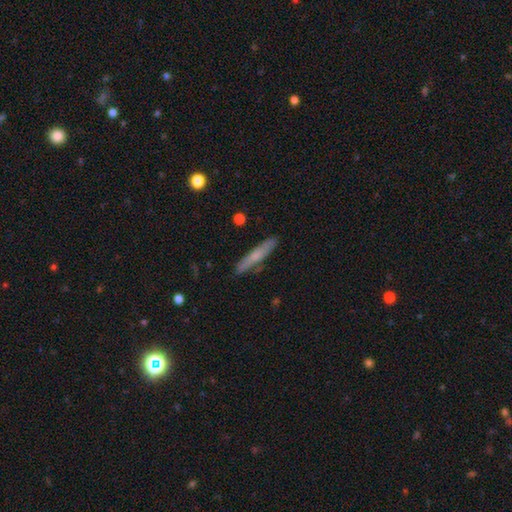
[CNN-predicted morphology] A smooth galaxy with no disk features (59%) that is cigar-shaped (92%). Merging: none (86%).